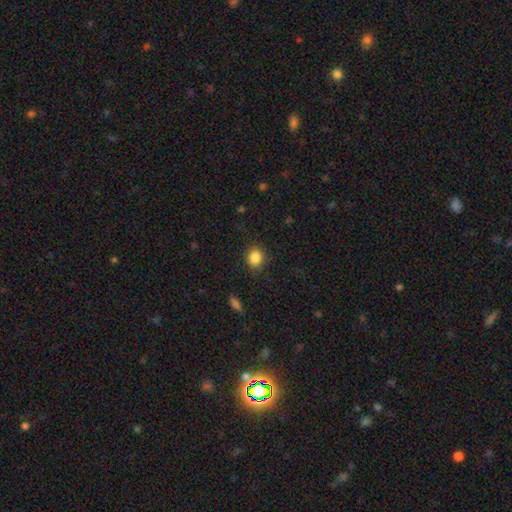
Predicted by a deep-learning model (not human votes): A smooth galaxy with no disk features (86%) that is round (69%).

Vote fractions:
- Smooth or featured? smooth: 86% / star or artifact: 10% / featured or disk: 4%
- How rounded? round: 69% / in between: 30% / cigar-shaped: 1%
- Merging? none: 86% / minor disturbance: 10% / major disturbance: 3% / merger: 1%